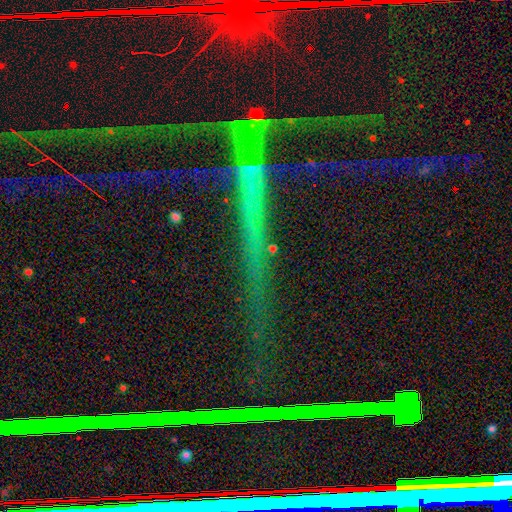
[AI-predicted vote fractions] Smooth or featured: star or artifact — 66% (featured or disk — 21%)